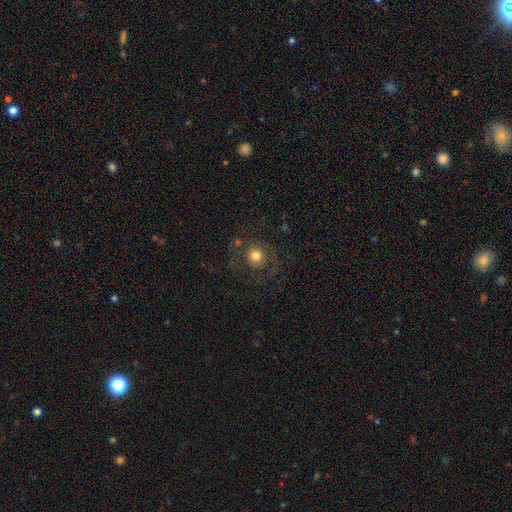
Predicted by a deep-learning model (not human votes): The model was most divided on "smooth or featured": smooth: 55%, featured or disk: 35%, star or artifact: 10%. More confident: how rounded — round (90%); merging — none (68%).